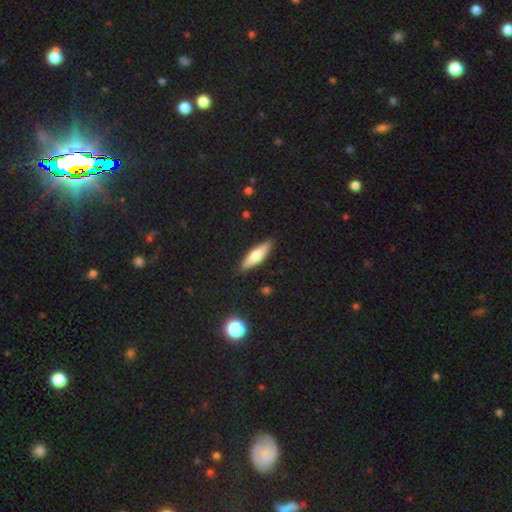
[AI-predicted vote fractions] Smooth or featured? Predicted: smooth (p=0.56). How rounded? Predicted: cigar-shaped (p=0.67). Merging? Predicted: none (p=0.88).